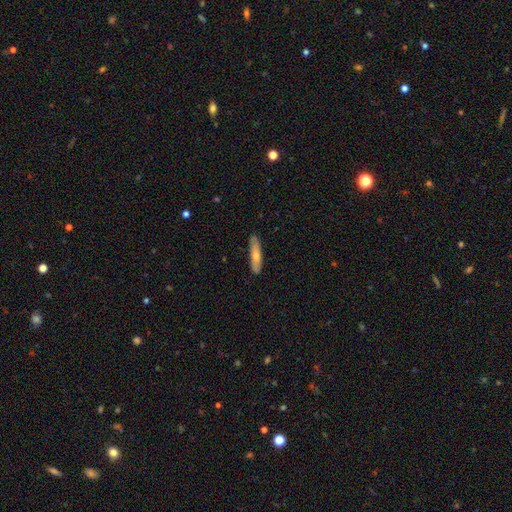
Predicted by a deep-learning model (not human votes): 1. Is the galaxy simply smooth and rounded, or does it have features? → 58% smooth, 36% featured or disk, 7% star or artifact.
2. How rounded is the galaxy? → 84% cigar-shaped, 15% in between, 2% round.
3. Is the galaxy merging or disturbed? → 87% none, 10% minor disturbance, 2% major disturbance, 1% merger.